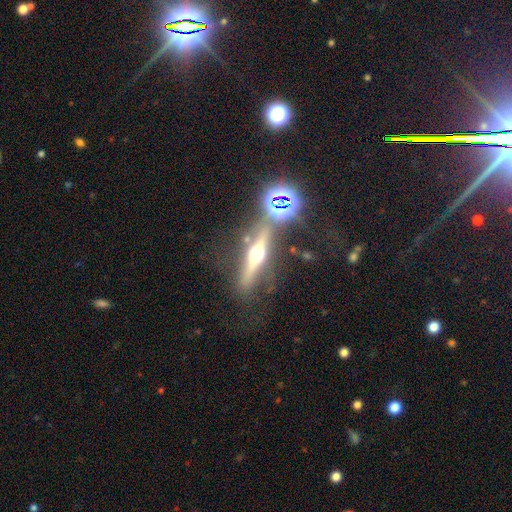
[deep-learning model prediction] featured or disk 72%, smooth 15%, star or artifact 13%. Down the decision tree: edge-on disk — yes (91%); edge-on bulge — rounded (95%); merging — none (68%).